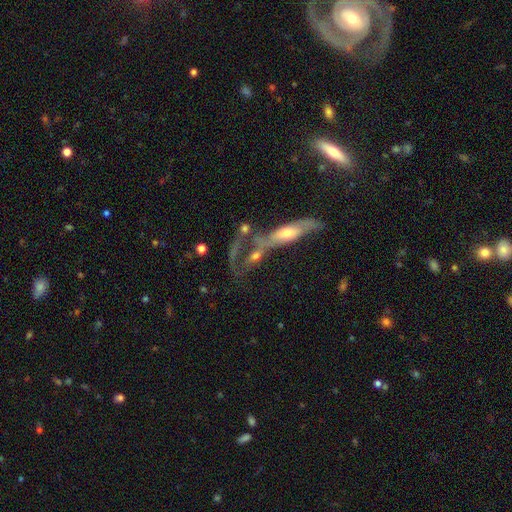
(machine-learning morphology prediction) smooth_or_featured: featured or disk (p=0.56) [alt: smooth p=0.32]
disk_edge_on: no (p=0.62) [alt: yes p=0.38]
merging: merger (p=0.47) [alt: none p=0.28]